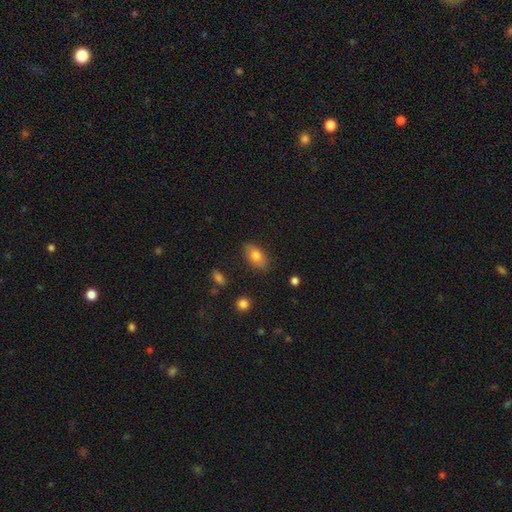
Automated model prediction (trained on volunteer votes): Smooth or featured?
  - smooth: 77% *
  - featured or disk: 15%
  - star or artifact: 8%
How rounded?
  - in between: 89% *
  - round: 7%
  - cigar-shaped: 4%
Merging?
  - none: 83% *
  - minor disturbance: 13%
  - major disturbance: 3%
  - merger: 1%